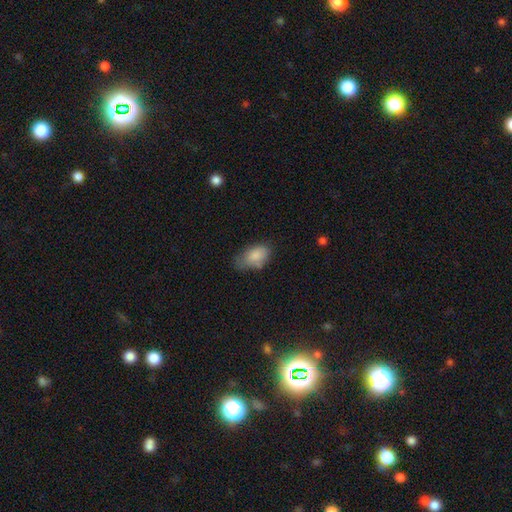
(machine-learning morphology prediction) Smooth or featured?
  - smooth: 83% *
  - featured or disk: 9%
  - star or artifact: 7%
How rounded?
  - in between: 92% *
  - round: 6%
  - cigar-shaped: 2%
Merging?
  - none: 48% *
  - minor disturbance: 37%
  - major disturbance: 11%
  - merger: 4%